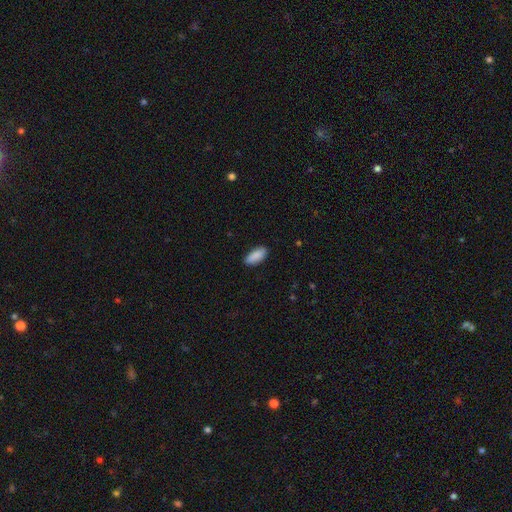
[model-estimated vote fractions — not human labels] Overall: smooth (90%). How rounded: in between (83%). Merging: none (88%).